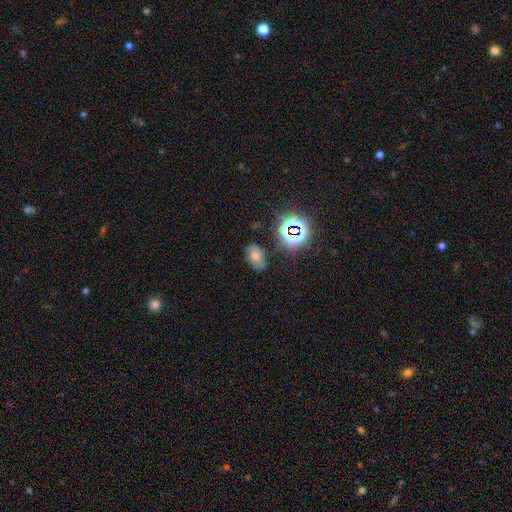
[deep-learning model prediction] A smooth galaxy with no disk features (56%) that is in between round and cigar-shaped (86%). Merging: none (66%).